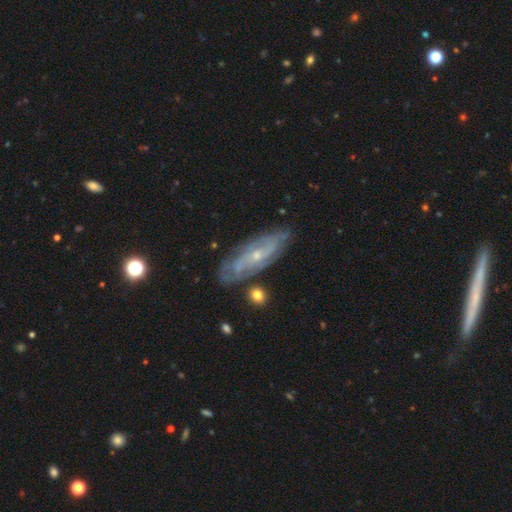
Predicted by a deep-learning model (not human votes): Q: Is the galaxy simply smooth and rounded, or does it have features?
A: featured or disk — 77%.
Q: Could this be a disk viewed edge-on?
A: no — 80%.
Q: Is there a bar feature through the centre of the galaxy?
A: no — 62%.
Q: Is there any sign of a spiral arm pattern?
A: yes — 86%.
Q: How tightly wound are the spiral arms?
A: tight — 50%.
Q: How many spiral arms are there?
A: can't tell — 44%.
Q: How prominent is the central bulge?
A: small — 74%.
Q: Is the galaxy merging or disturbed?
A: none — 76%.